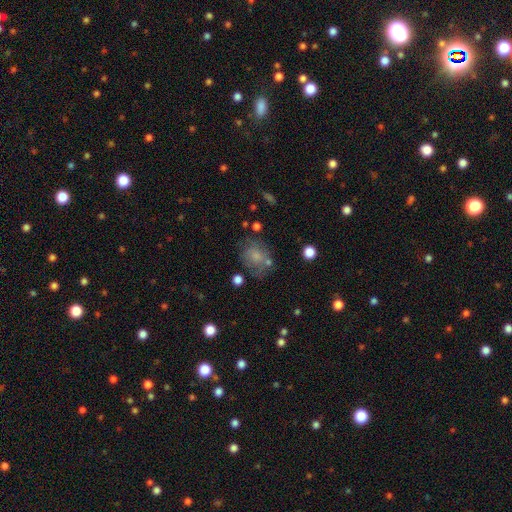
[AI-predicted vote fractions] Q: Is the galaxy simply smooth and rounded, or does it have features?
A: smooth — 65%.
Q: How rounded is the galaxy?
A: round — 55%.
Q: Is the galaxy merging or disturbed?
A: none — 51%.